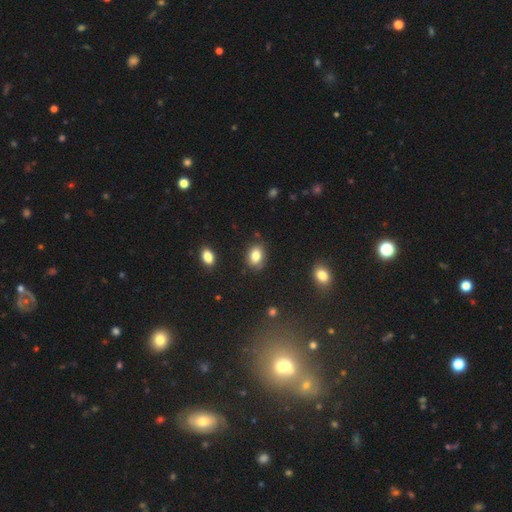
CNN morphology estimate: smooth 82%, star or artifact 9%, featured or disk 8%. Down the decision tree: how rounded — in between (73%); merging — none (79%).